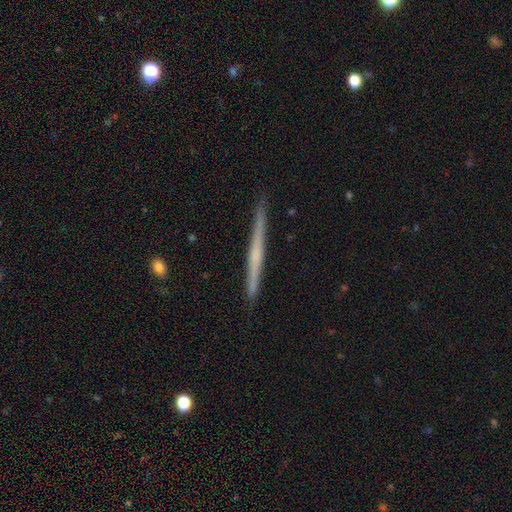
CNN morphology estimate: type=featured or disk (60%); edge-on=yes (98%); edge-on bulge=none (70%); merging=none (91%).